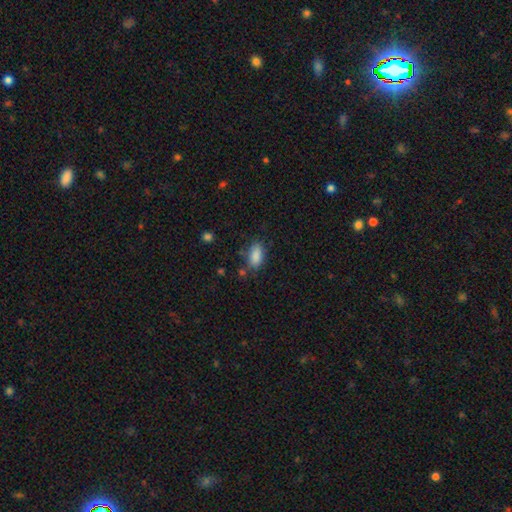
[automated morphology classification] smooth_or_featured: smooth (p=0.87) [alt: star or artifact p=0.08]
how_rounded: in between (p=0.90) [alt: cigar-shaped p=0.06]
merging: none (p=0.73) [alt: minor disturbance p=0.17]